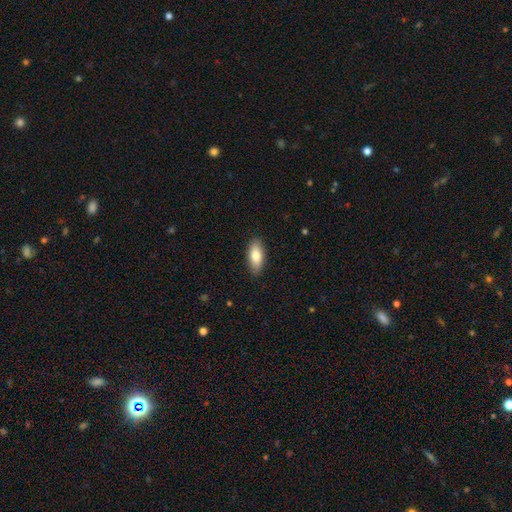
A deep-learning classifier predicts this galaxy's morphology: smooth 79%, featured or disk 15%, star or artifact 6%. Down the decision tree: how rounded — in between (85%); merging — none (87%).